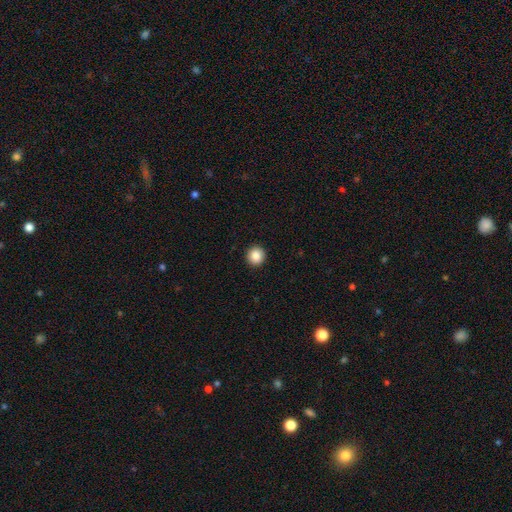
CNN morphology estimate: Q: Smooth or featured?
A: smooth (87%); runner-up: star or artifact (9%)
Q: How rounded?
A: round (94%); runner-up: in between (5%)
Q: Merging?
A: none (94%); runner-up: minor disturbance (4%)